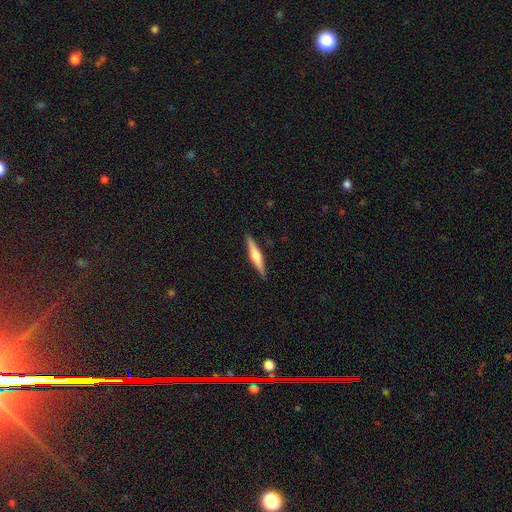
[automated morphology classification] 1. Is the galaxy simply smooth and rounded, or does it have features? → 60% featured or disk, 35% smooth, 5% star or artifact.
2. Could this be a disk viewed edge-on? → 97% yes, 3% no.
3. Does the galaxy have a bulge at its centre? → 90% rounded, 6% boxy, 4% none.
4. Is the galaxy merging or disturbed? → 91% none, 7% minor disturbance, 1% major disturbance, 1% merger.